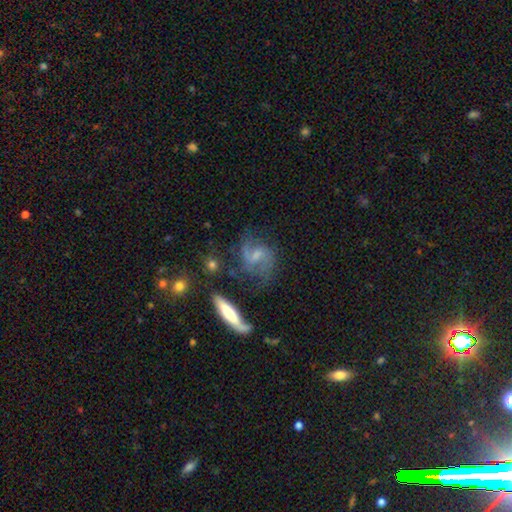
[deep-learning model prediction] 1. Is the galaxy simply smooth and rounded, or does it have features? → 78% featured or disk, 14% smooth, 8% star or artifact.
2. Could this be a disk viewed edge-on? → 94% no, 6% yes.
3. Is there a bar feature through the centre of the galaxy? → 51% weak, 28% no, 21% strong.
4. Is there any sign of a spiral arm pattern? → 93% yes, 7% no.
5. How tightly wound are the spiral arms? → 46% medium, 39% loose, 15% tight.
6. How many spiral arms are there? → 86% 2, 6% can't tell, 3% 1, 2% 3, 1% 4, 1% more than 4.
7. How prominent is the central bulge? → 37% small, 30% none, 27% moderate, 4% large, 1% dominant.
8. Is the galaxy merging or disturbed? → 61% none, 19% minor disturbance, 14% major disturbance, 6% merger.